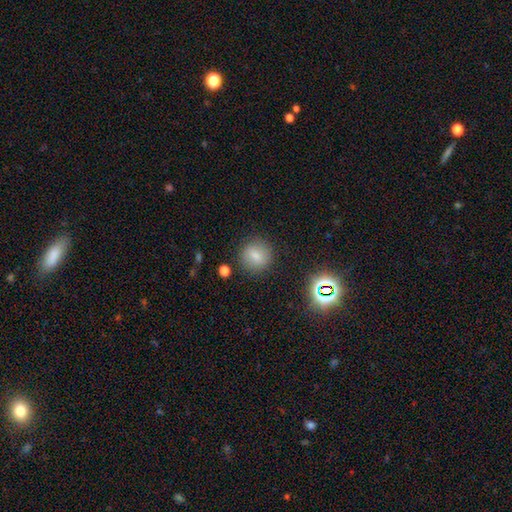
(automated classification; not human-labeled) smooth 77%, star or artifact 13%, featured or disk 10%. Down the decision tree: how rounded — round (86%); merging — none (84%).